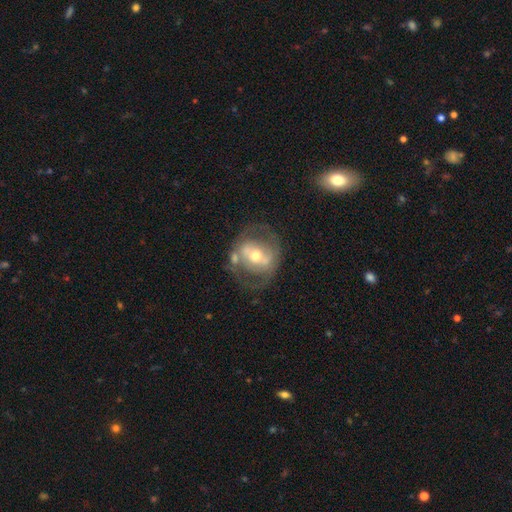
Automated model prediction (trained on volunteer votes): Overall: featured or disk (66%; smooth 27%). Edge-on disk: no (95%). Bar: no (41%; weak 30%). Spiral arms: no (63%; yes 37%). Bulge size: moderate (66%). Merging: none (57%; minor disturbance 17%).